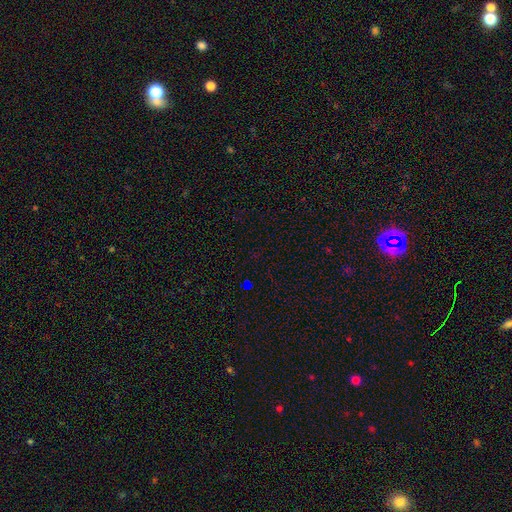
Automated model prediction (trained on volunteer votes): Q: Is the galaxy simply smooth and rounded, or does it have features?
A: star or artifact — 72%.